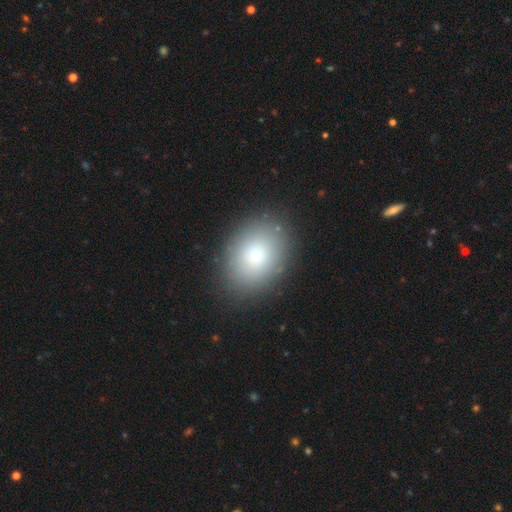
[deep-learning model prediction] The model was most divided on "how rounded": in between: 74%, round: 25%, cigar-shaped: 1%. More confident: merging — none (85%); smooth or featured — smooth (80%).